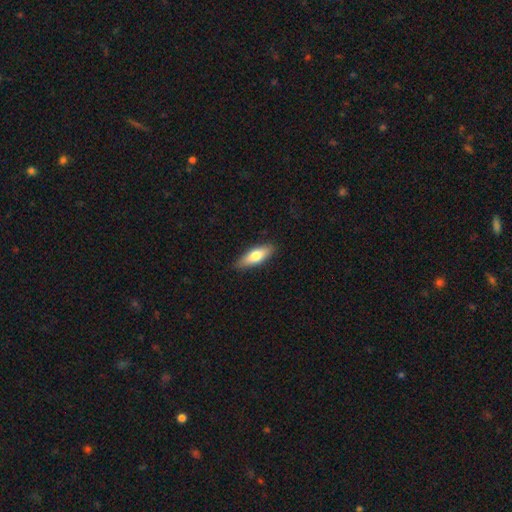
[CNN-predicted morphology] Overall: smooth (69%). How rounded: in between (58%; cigar-shaped 40%). Merging: none (86%).